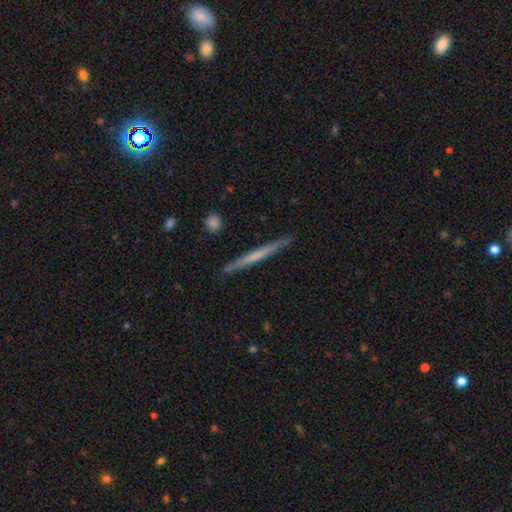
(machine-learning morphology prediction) smooth-or-featured: featured or disk: 51% | smooth: 44% | star or artifact: 5%
  disk-edge-on: yes: 97% | no: 3%
  merging: none: 90% | minor disturbance: 7% | major disturbance: 1% | merger: 1%